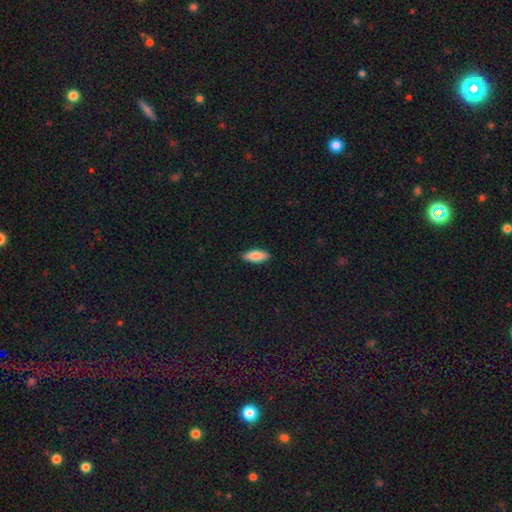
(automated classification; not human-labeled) smooth 83%, featured or disk 11%, star or artifact 6%. Down the decision tree: how rounded — in between (75%); merging — none (89%).